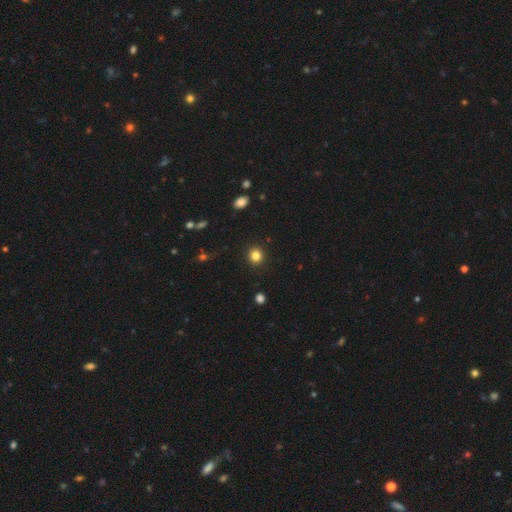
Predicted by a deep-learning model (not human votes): Overall: smooth (83%). How rounded: round (91%). Merging: none (92%).